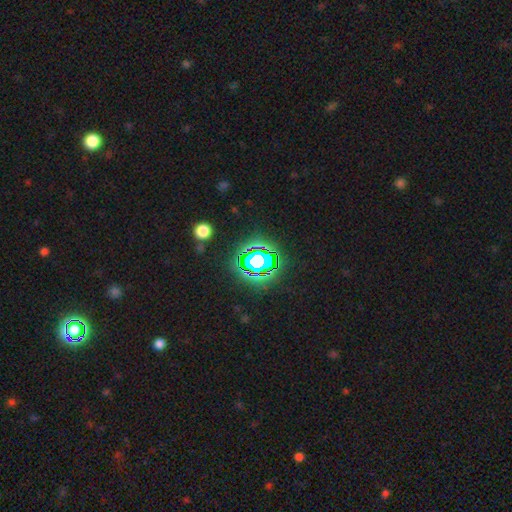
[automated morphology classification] Smooth or featured: star or artifact — 69% (smooth — 19%)